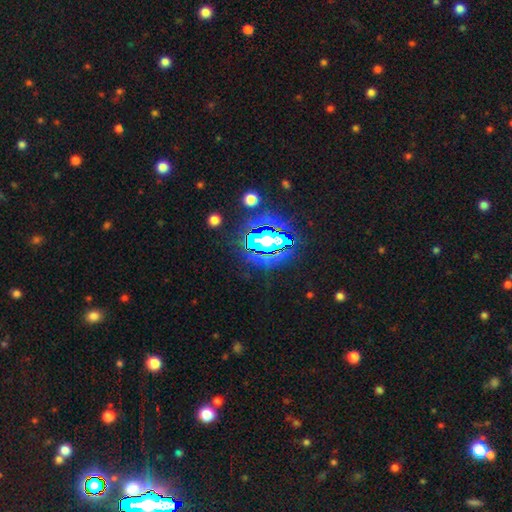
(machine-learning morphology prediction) Smooth or featured: star or artifact — 84% (smooth — 9%)